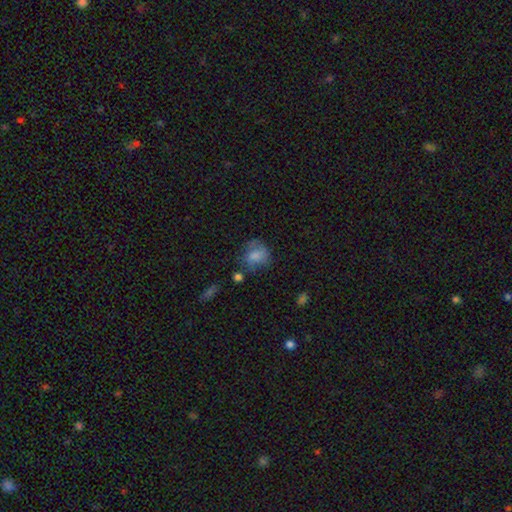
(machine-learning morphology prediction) A smooth galaxy with no disk features (69%) that is round (59%). Merging: none (47%).